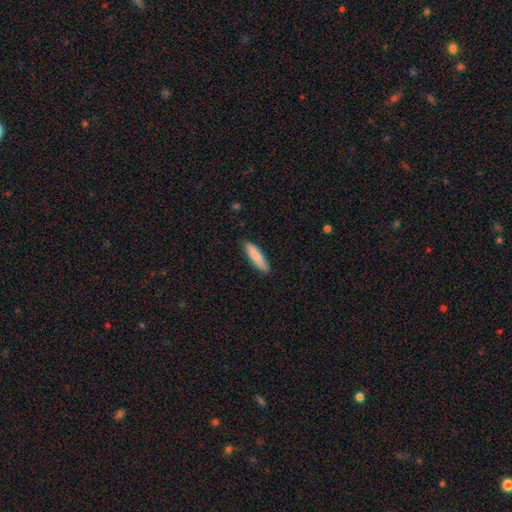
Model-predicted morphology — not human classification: Q: Smooth or featured?
A: smooth (85%); runner-up: featured or disk (10%)
Q: How rounded?
A: cigar-shaped (71%); runner-up: in between (27%)
Q: Merging?
A: none (87%); runner-up: minor disturbance (10%)